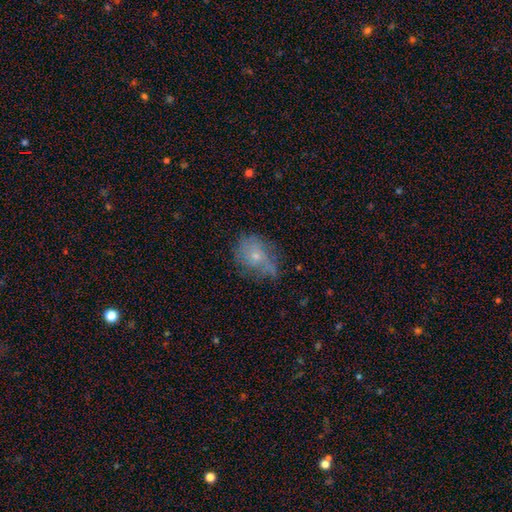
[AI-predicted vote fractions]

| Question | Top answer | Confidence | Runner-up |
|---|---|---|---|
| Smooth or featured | smooth | 47% | featured or disk (42%) |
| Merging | none | 49% | minor disturbance (32%) |